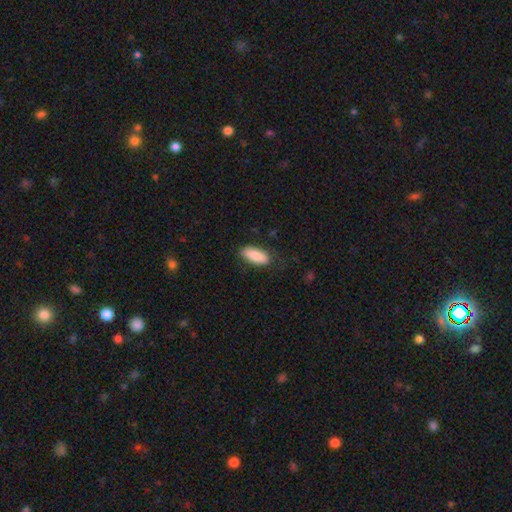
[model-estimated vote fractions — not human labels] This appears to be a smooth galaxy with no disk features (87%) that is in between round and cigar-shaped (81%). Merging: none (80%).